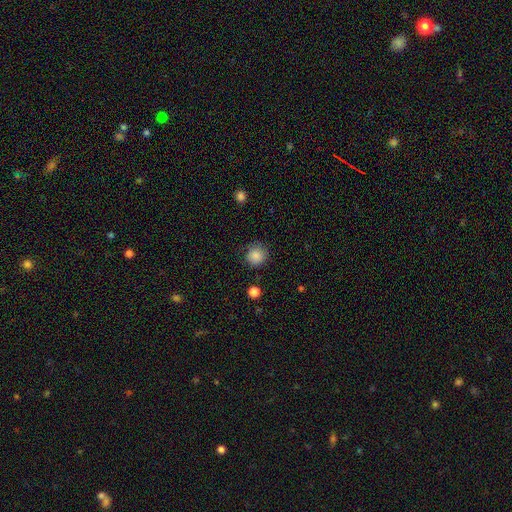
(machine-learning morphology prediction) A smooth galaxy with no disk features (86%) that is round (92%). Merging: none (82%).